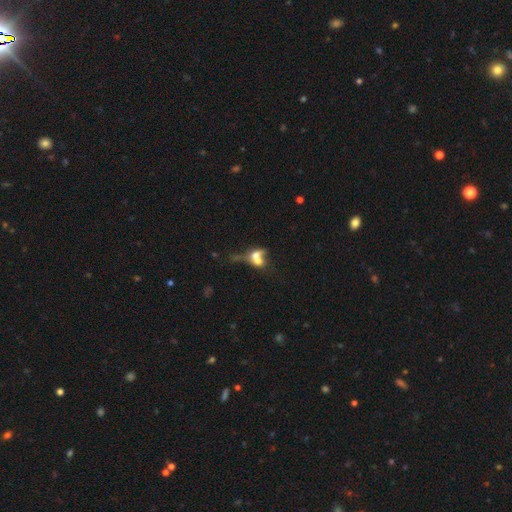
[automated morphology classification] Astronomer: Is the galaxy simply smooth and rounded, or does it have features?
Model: smooth — 55% (runner-up: featured or disk, 33%).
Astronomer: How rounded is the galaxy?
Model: in between — 52% (runner-up: round, 40%).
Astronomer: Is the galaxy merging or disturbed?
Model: merger — 67%.